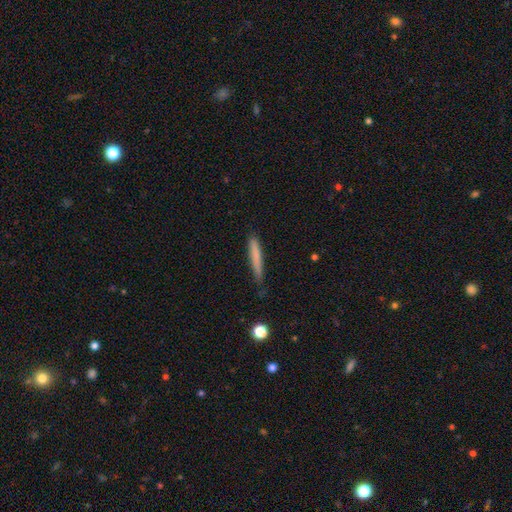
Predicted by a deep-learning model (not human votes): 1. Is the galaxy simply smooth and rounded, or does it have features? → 75% smooth, 18% featured or disk, 7% star or artifact.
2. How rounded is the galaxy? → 95% cigar-shaped, 4% in between, 1% round.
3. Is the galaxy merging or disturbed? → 76% none, 19% minor disturbance, 3% major disturbance, 2% merger.